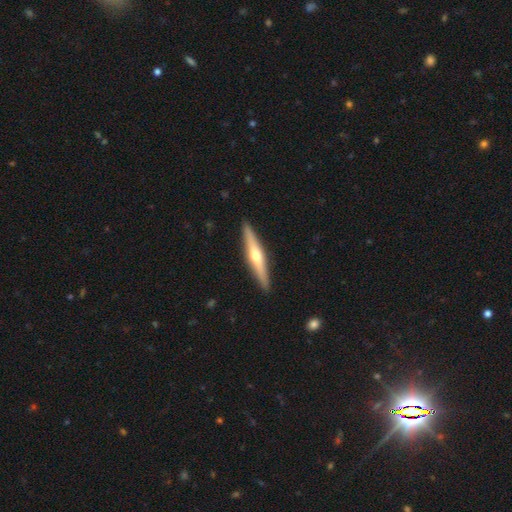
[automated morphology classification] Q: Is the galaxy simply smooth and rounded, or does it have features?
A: featured or disk — 62%.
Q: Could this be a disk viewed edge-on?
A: yes — 96%.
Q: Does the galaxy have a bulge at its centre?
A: rounded — 91%.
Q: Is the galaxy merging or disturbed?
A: none — 91%.